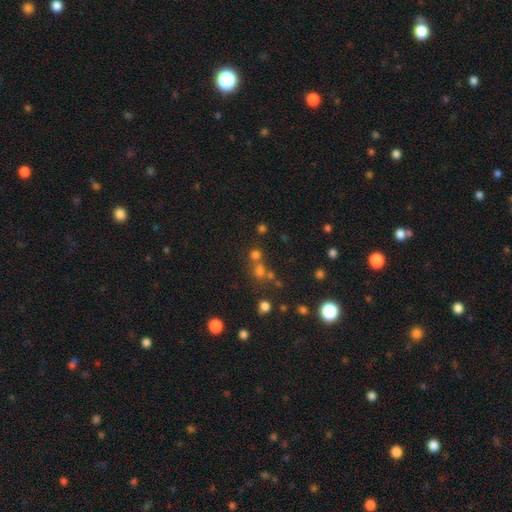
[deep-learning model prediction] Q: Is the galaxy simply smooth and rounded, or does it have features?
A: smooth — 51%.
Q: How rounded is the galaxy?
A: round — 87%.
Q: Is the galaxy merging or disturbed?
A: none — 56%.